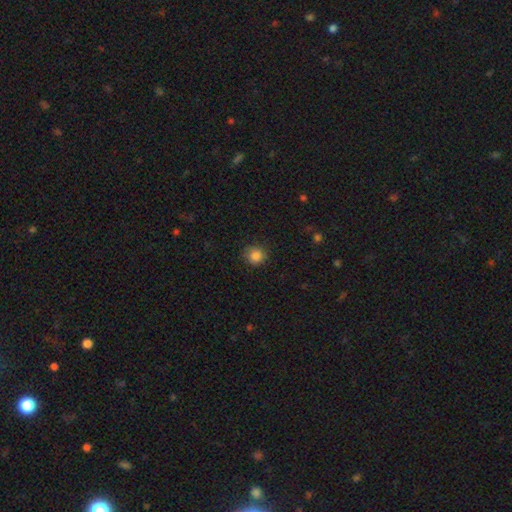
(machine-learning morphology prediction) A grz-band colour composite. It shows a smooth galaxy with no disk features (85%) that is round (91%). Merging: none (87%).